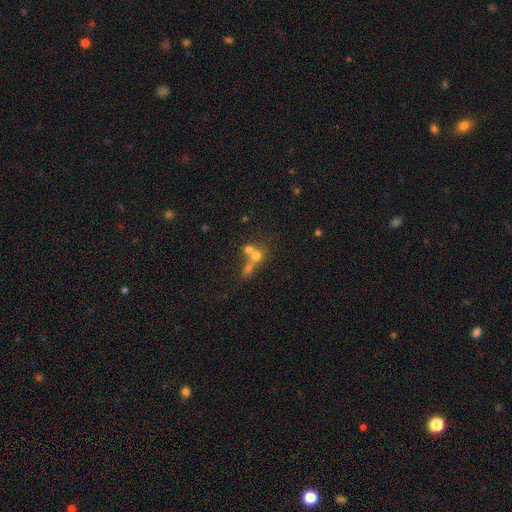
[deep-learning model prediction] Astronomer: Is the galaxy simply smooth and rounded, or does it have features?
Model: smooth — 59%.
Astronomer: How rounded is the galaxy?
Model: round — 75%.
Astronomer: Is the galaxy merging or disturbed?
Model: merger — 60%.